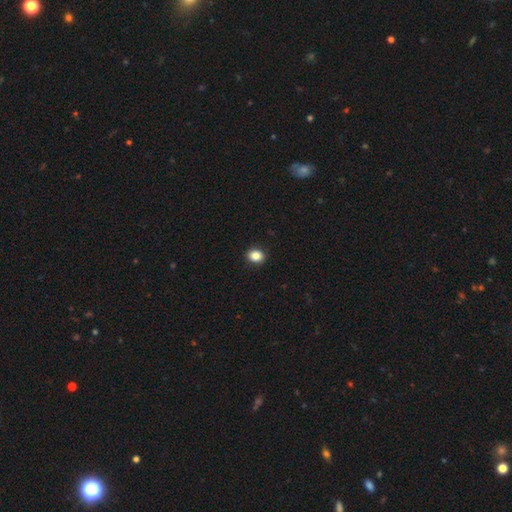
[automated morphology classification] smooth-or-featured: smooth: 85% | star or artifact: 10% | featured or disk: 5%
  how-rounded: round: 58% | in between: 41% | cigar-shaped: 1%
  merging: none: 92% | minor disturbance: 6% | major disturbance: 2% | merger: 1%